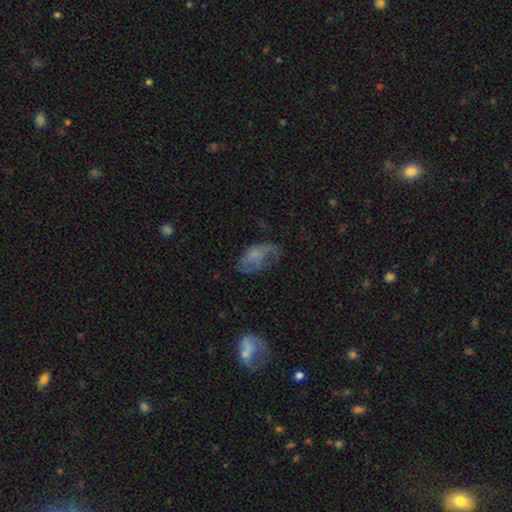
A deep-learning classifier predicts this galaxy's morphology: Smooth or featured? Predicted: smooth (p=0.48). Merging? Predicted: major disturbance (p=0.37).